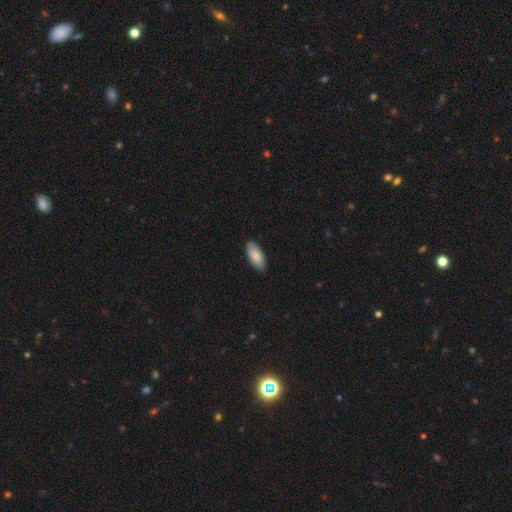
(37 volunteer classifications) This is clearly a smooth galaxy (95%). How rounded: clearly in between (94%). Merging: clearly none (92%).